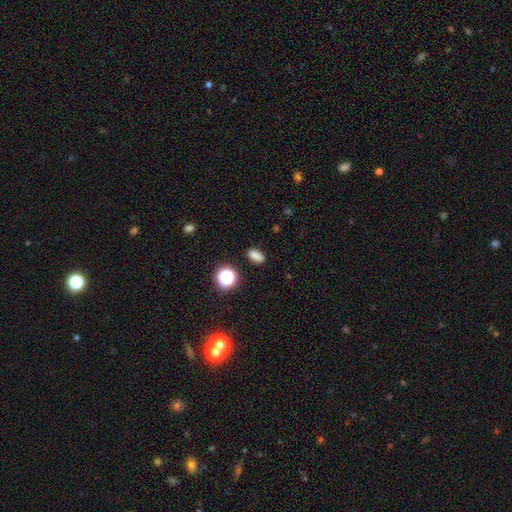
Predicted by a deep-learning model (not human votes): Smooth or featured: smooth — 79% (star or artifact — 16%)
How rounded: in between — 74% (round — 16%)
Merging: none — 86% (minor disturbance — 10%)